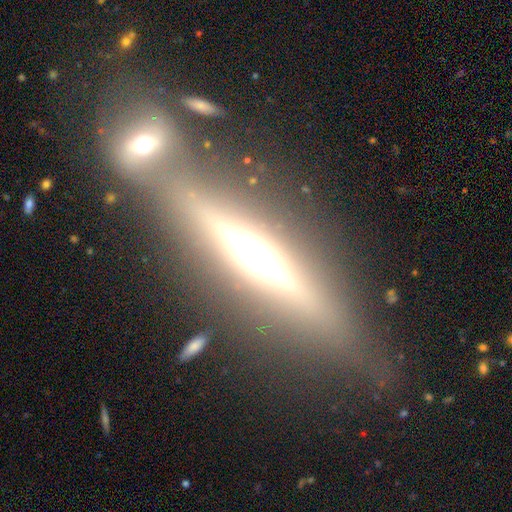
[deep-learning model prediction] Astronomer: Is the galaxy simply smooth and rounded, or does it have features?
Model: featured or disk — 77%.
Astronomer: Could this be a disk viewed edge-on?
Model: yes — 94%.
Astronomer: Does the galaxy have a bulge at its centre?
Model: rounded — 73%.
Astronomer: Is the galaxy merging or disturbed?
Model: none — 64%.